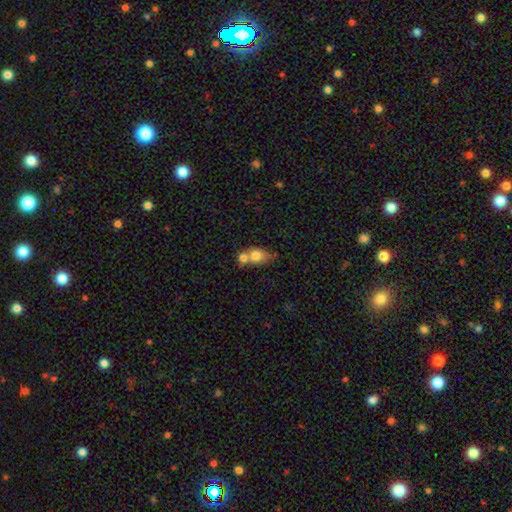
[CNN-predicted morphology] Smooth or featured?
  - smooth: 75% *
  - featured or disk: 17%
  - star or artifact: 8%
How rounded?
  - in between: 55% *
  - round: 43%
  - cigar-shaped: 3%
Merging?
  - merger: 61% *
  - none: 26%
  - minor disturbance: 9%
  - major disturbance: 4%